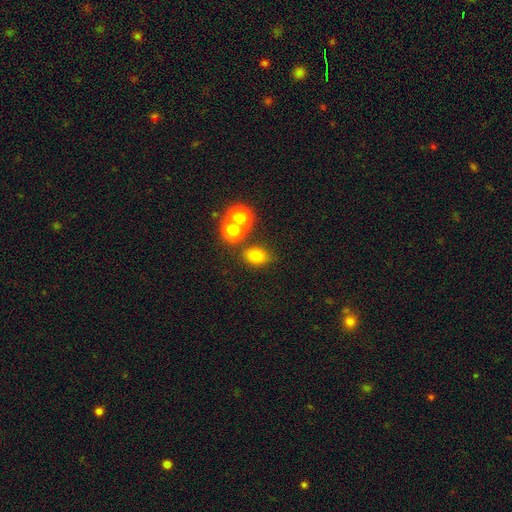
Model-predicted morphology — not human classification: This appears to be a smooth galaxy with no disk features (71%) that is in between round and cigar-shaped (50%). Merging: none (74%).